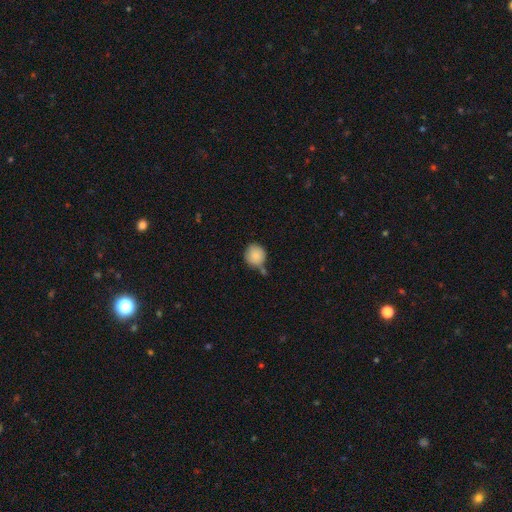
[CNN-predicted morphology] Smooth or featured? smooth (85%)
How rounded? round (91%)
Merging? none (63%)